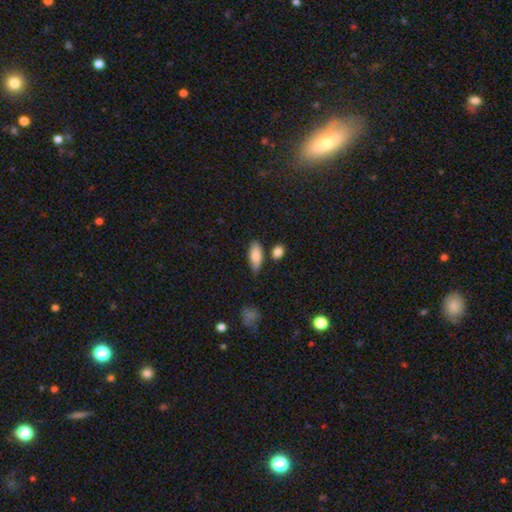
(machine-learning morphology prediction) Smooth or featured? smooth (84%)
How rounded? in between (81%)
Merging? none (66%)